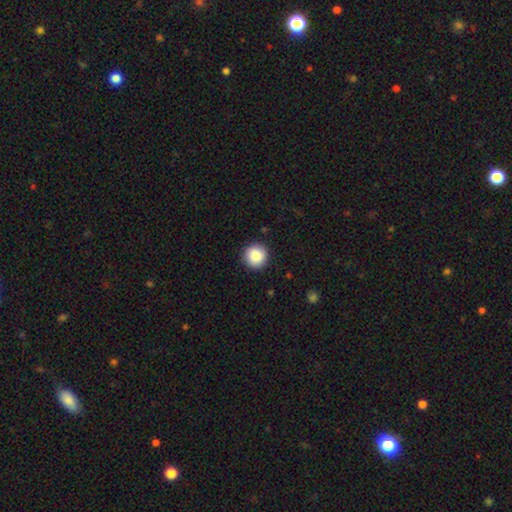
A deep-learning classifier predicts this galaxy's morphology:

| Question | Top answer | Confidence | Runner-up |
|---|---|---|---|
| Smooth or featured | smooth | 87% | star or artifact (8%) |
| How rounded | round | 95% | in between (4%) |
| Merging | none | 91% | minor disturbance (6%) |